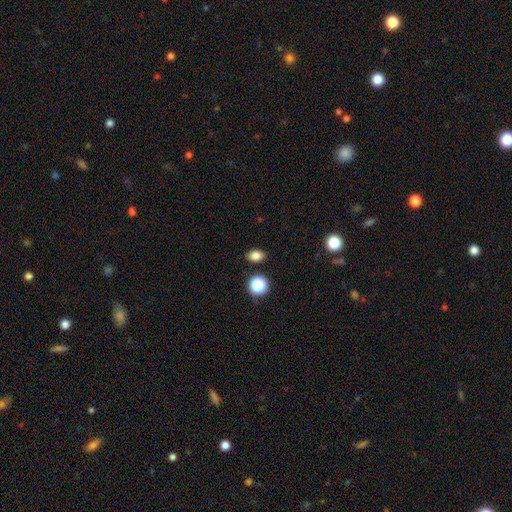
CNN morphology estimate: The model was most divided on "how rounded": in between: 74%, round: 24%, cigar-shaped: 2%. More confident: merging — none (86%); smooth or featured — smooth (81%).